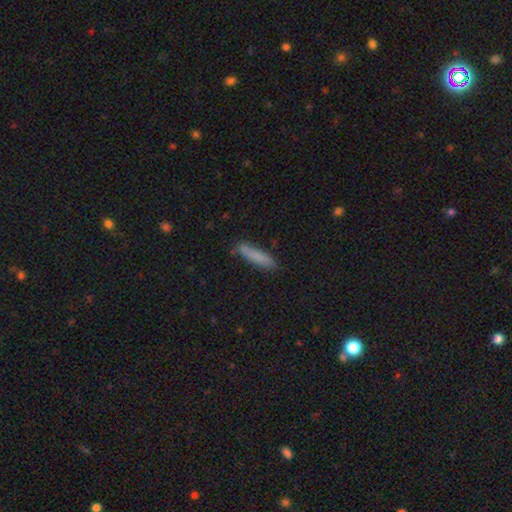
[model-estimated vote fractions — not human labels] A smooth galaxy with no disk features (83%) that is cigar-shaped (85%).

Vote fractions:
- Smooth or featured? smooth: 83% / featured or disk: 10% / star or artifact: 7%
- How rounded? cigar-shaped: 85% / in between: 13% / round: 1%
- Merging? none: 81% / minor disturbance: 14% / major disturbance: 2% / merger: 2%